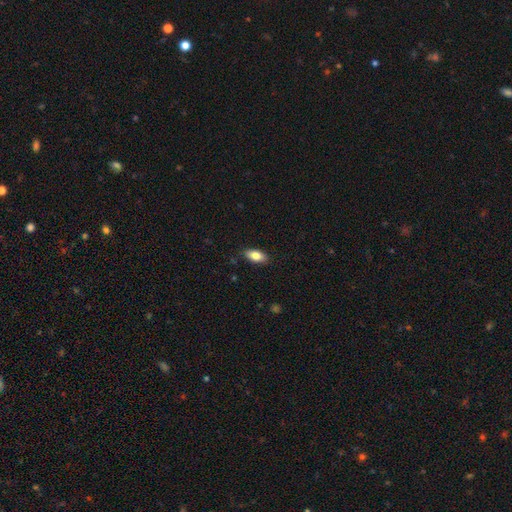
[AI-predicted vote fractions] A smooth galaxy with no disk features (82%) that is in between round and cigar-shaped (89%). Merging: none (86%).